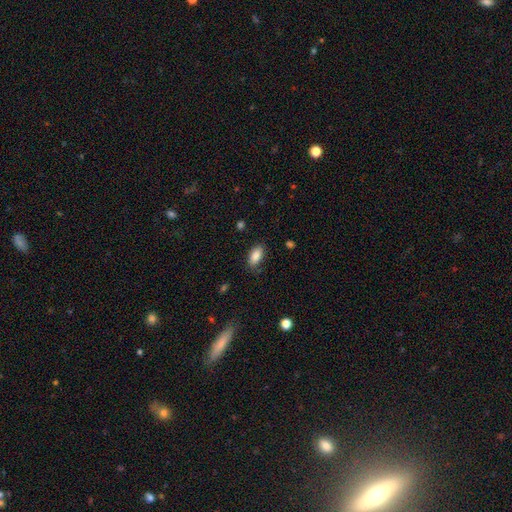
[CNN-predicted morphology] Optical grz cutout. It shows a smooth galaxy with no disk features (87%) that is in between round and cigar-shaped (91%). Merging: none (81%).